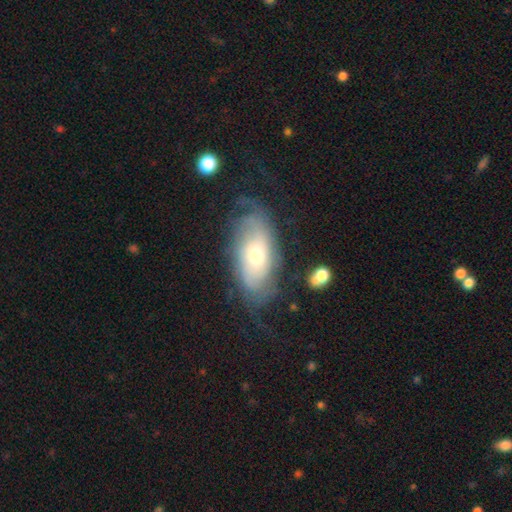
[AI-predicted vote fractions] Smooth or featured? featured or disk (63%)
Edge-on disk? no (90%)
Bar? no (78%)
Spiral arms? yes (76%)
Bulge size? moderate (52%)
Merging? none (58%)